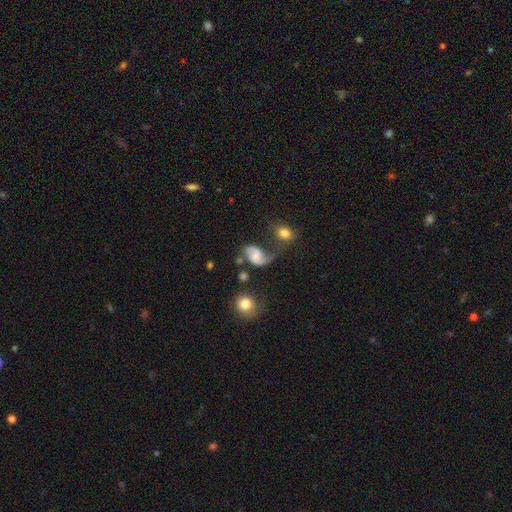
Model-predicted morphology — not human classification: smooth_or_featured: featured or disk (p=0.71) [alt: smooth p=0.21]
disk_edge_on: no (p=0.98) [alt: yes p=0.02]
bar: no (p=0.56) [alt: weak p=0.35]
has_spiral_arms: yes (p=0.93) [alt: no p=0.07]
spiral_winding: loose (p=0.62) [alt: medium p=0.31]
spiral_arm_count: 2 (p=0.78) [alt: 1 p=0.16]
bulge_size: none (p=0.37) [alt: small p=0.25]
merging: none (p=0.37) [alt: major disturbance p=0.25]